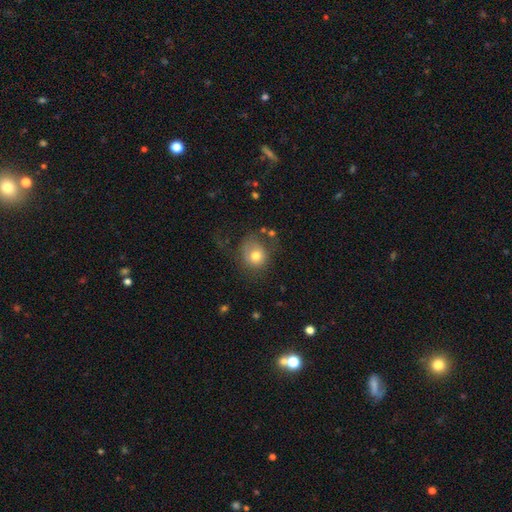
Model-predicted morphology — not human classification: This is likely a smooth galaxy (71%). How rounded: likely round (72%). Merging: possibly none (50%).